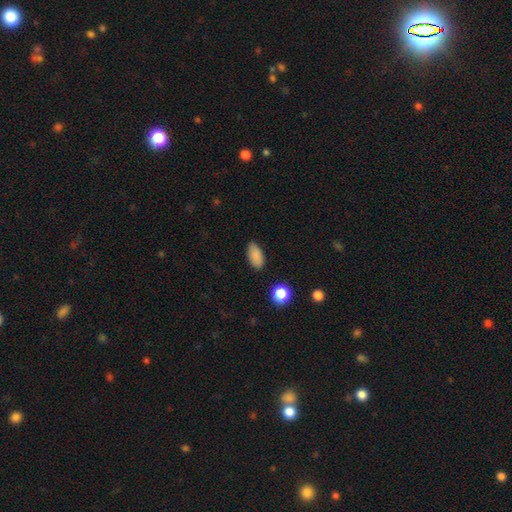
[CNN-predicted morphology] A smooth galaxy with no disk features (86%) that is in between round and cigar-shaped (91%).

Vote fractions:
- Smooth or featured? smooth: 86% / star or artifact: 9% / featured or disk: 4%
- How rounded? in between: 91% / round: 5% / cigar-shaped: 4%
- Merging? none: 84% / minor disturbance: 12% / major disturbance: 3% / merger: 1%